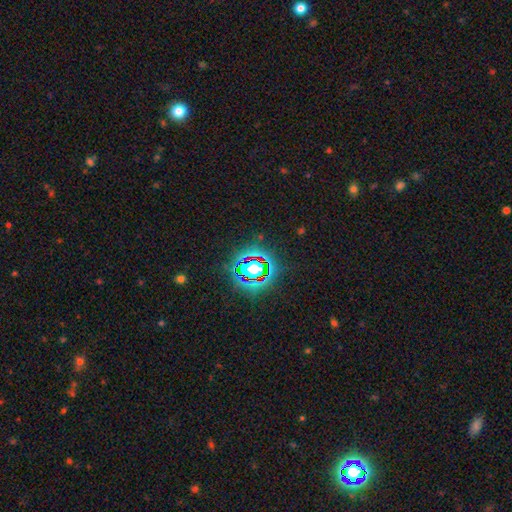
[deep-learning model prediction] The model was most divided on "smooth or featured": star or artifact: 80%, smooth: 12%, featured or disk: 8%.